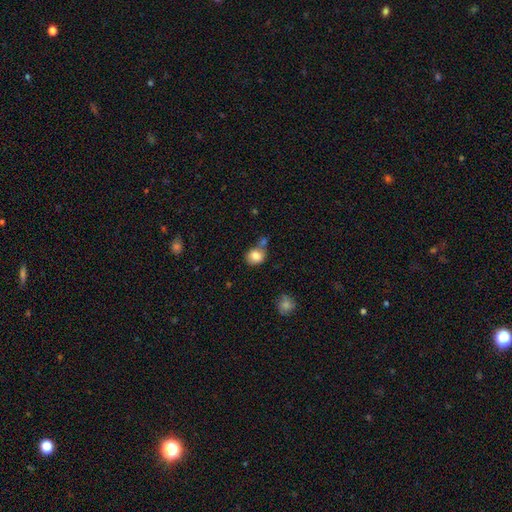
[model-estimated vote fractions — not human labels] Smooth or featured?
  - smooth: 82% *
  - star or artifact: 9%
  - featured or disk: 8%
How rounded?
  - round: 66% *
  - in between: 33%
  - cigar-shaped: 1%
Merging?
  - none: 54% *
  - merger: 22%
  - minor disturbance: 19%
  - major disturbance: 6%